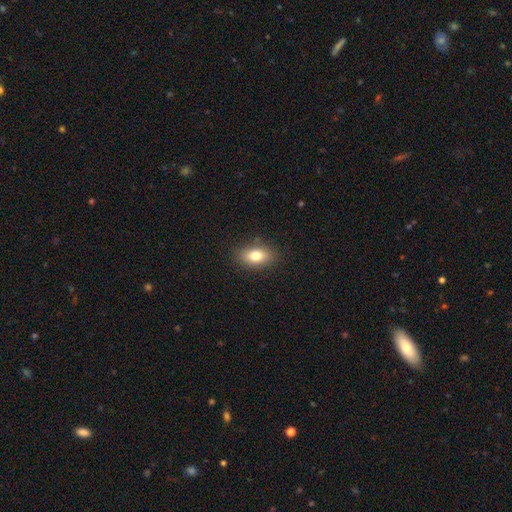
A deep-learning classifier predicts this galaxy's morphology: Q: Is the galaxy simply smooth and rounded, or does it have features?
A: smooth — 80%.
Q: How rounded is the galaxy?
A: in between — 87%.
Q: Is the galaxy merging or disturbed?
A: none — 87%.